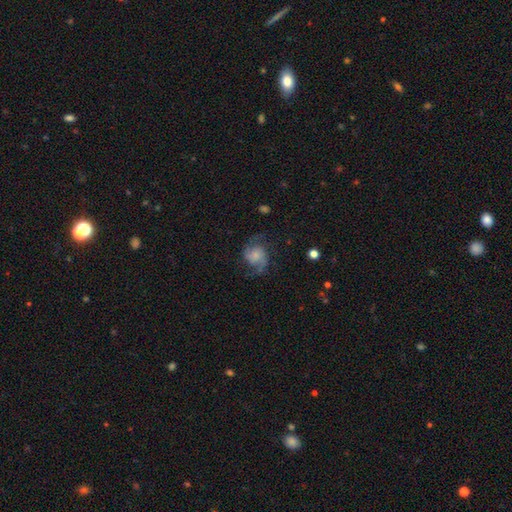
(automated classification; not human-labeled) A featured or disk galaxy (76%) with no bar (68%), 2 (90%) medium (49%) spiral arms (95%) and a small central bulge (39%).

Vote fractions:
- Smooth or featured? featured or disk: 76% / smooth: 17% / star or artifact: 7%
- Edge-on disk? no: 98% / yes: 2%
- Bar? no: 68% / weak: 27% / strong: 4%
- Spiral arms? yes: 95% / no: 5%
- Spiral winding? medium: 49% / loose: 36% / tight: 15%
- Spiral arm count? 2: 90% / can't tell: 3% / 1: 3% / 3: 2% / 4: 1% / more than 4: 1%
- Bulge size? small: 39% / moderate: 26% / none: 22% / large: 10% / dominant: 3%
- Merging? none: 68% / minor disturbance: 18% / major disturbance: 12% / merger: 1%